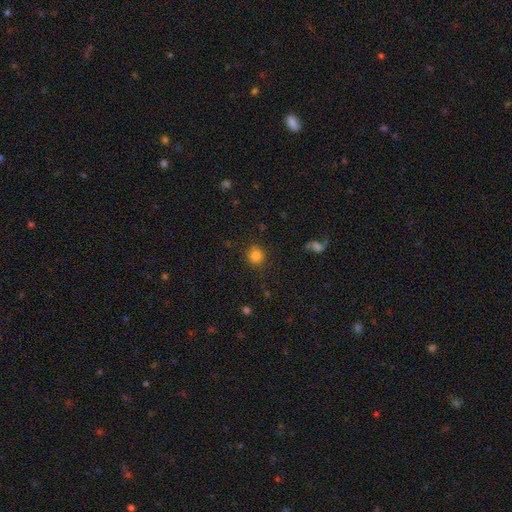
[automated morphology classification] Smooth or featured? smooth (83%)
How rounded? round (90%)
Merging? none (89%)